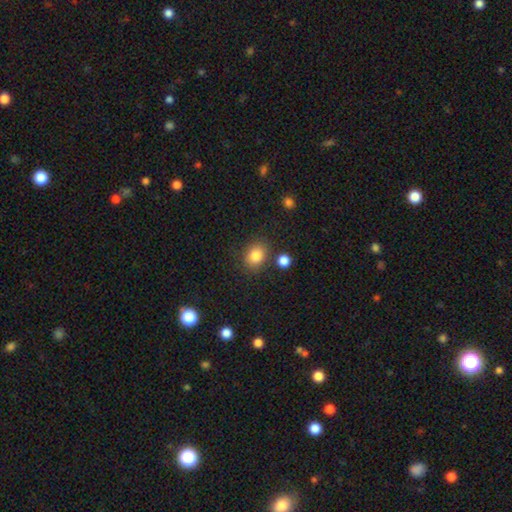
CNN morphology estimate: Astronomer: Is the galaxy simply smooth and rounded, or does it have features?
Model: smooth — 84%.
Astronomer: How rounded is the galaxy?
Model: round — 60% (runner-up: in between, 39%).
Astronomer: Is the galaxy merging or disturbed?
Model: none — 80%.